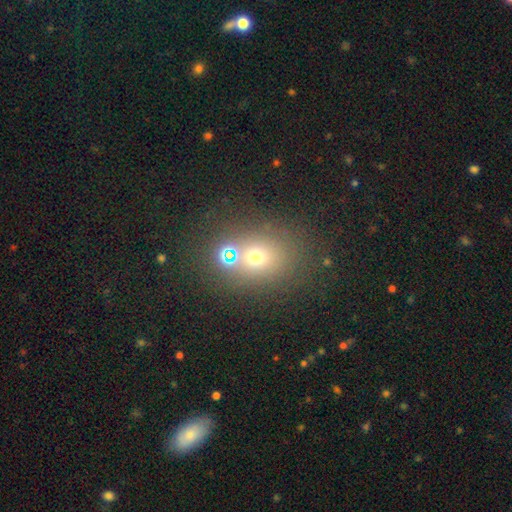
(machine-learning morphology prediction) smooth_or_featured: smooth (p=0.57) [alt: star or artifact p=0.28]
how_rounded: round (p=0.62) [alt: in between p=0.36]
merging: none (p=0.50) [alt: merger p=0.39]